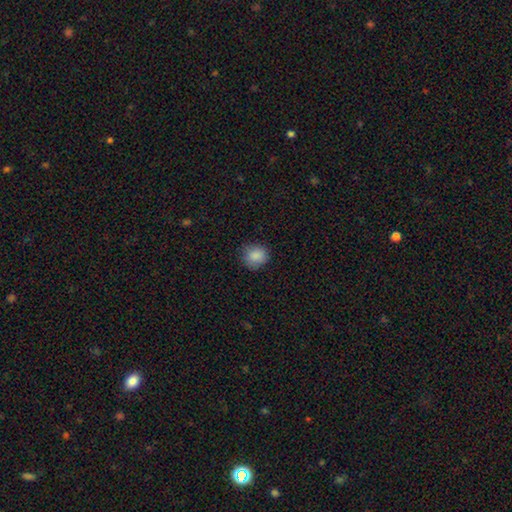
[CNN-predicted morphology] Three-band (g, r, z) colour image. It shows a smooth galaxy with no disk features (87%) that is round (87%). Merging: none (84%).